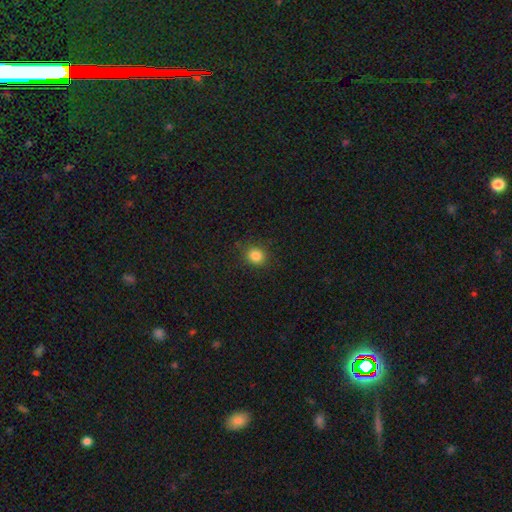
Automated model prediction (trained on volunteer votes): smooth_or_featured: smooth (p=0.84) [alt: star or artifact p=0.12]
how_rounded: round (p=0.81) [alt: in between p=0.18]
merging: none (p=0.86) [alt: minor disturbance p=0.10]